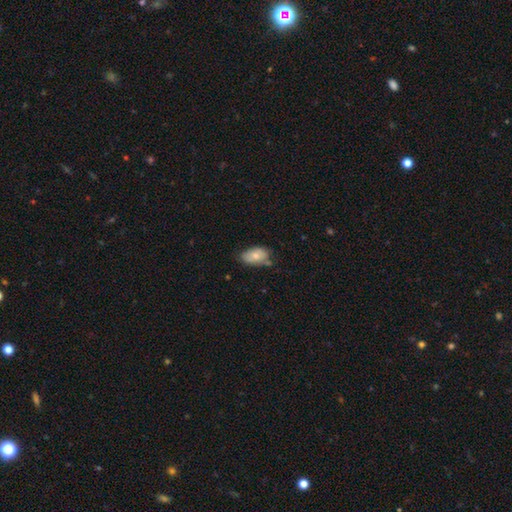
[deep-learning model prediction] smooth 74%, featured or disk 19%, star or artifact 7%. Down the decision tree: how rounded — in between (91%); merging — none (59%).